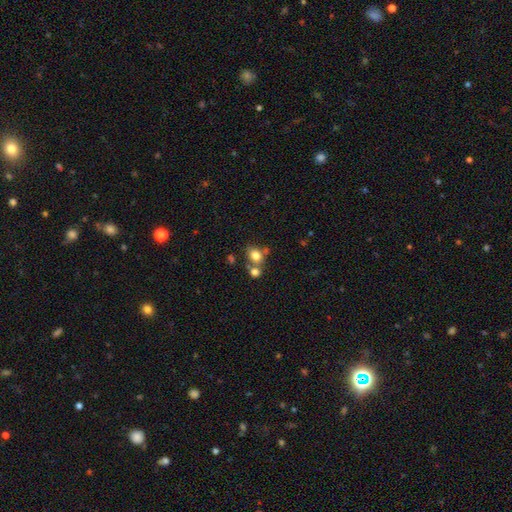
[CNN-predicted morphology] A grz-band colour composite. It shows a smooth galaxy with no disk features (78%) that is in between round and cigar-shaped (50%). Merging: none (52%).